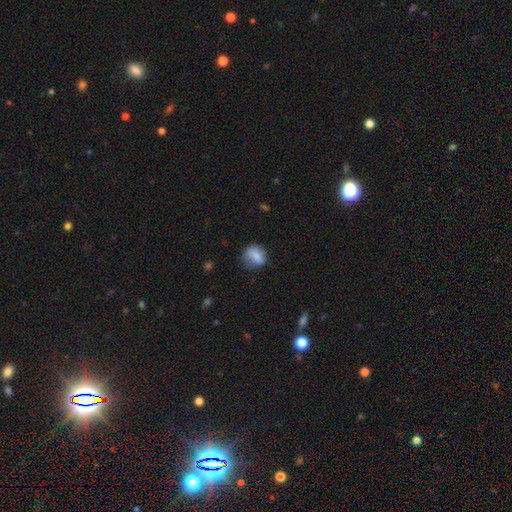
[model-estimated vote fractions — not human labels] Smooth or featured: smooth — 75% (featured or disk — 16%)
How rounded: round — 62% (in between — 36%)
Merging: none — 59% (minor disturbance — 28%)